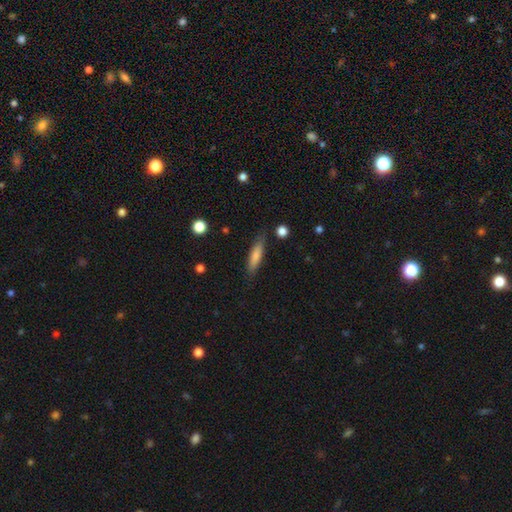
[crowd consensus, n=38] smooth 87%, star or artifact 8%, featured or disk 5%. Down the decision tree: how rounded — cigar-shaped (79%); merging — none (86%).